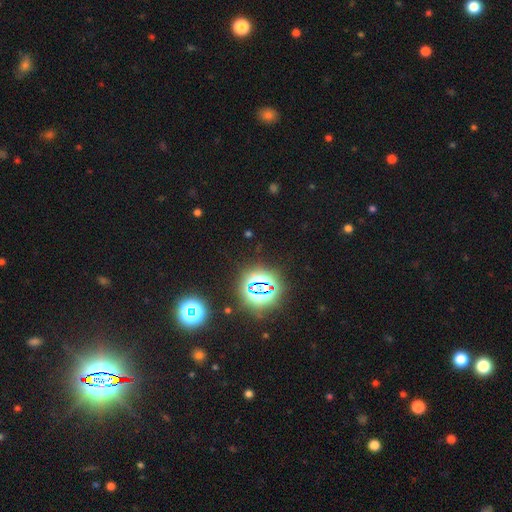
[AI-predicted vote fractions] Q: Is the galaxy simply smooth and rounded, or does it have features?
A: star or artifact — 79%.